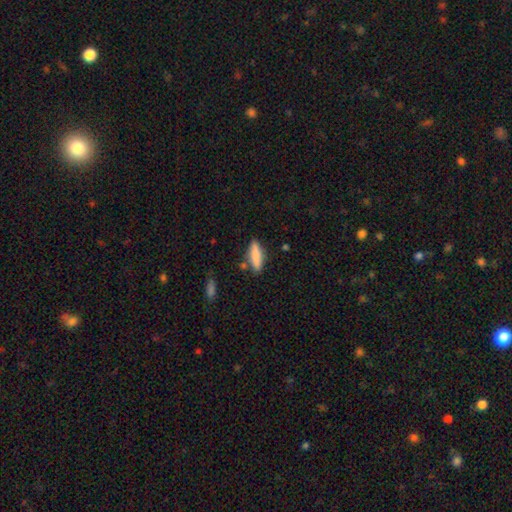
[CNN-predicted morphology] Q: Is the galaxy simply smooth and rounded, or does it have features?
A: smooth — 84%.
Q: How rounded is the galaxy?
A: cigar-shaped — 58%.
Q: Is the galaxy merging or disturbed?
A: none — 78%.